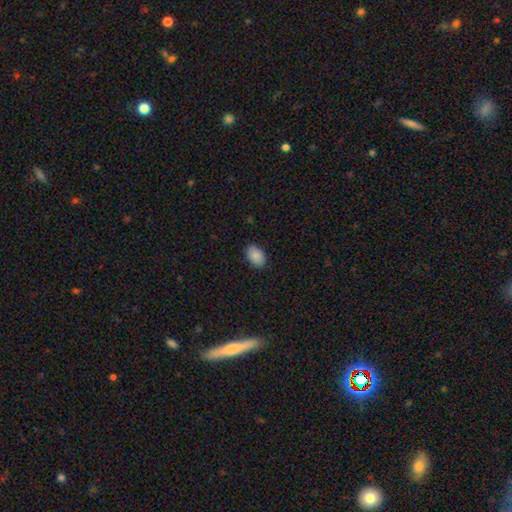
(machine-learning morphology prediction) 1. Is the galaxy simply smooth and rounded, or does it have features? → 89% smooth, 7% star or artifact, 4% featured or disk.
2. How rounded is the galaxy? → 87% in between, 12% round, 1% cigar-shaped.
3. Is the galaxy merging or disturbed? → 87% none, 10% minor disturbance, 2% major disturbance, 1% merger.